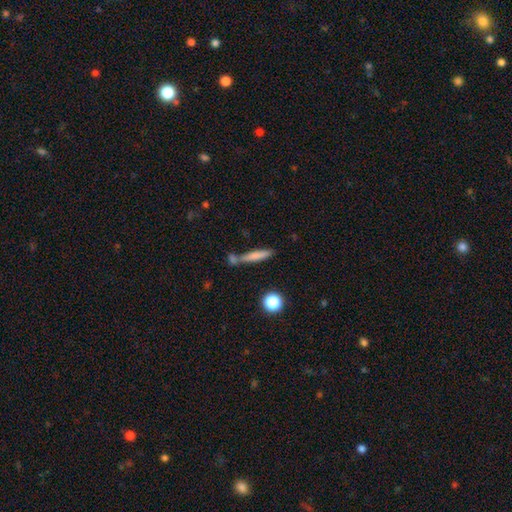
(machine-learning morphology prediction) smooth-or-featured: smooth: 72% | featured or disk: 19% | star or artifact: 9%
  how-rounded: cigar-shaped: 87% | in between: 11% | round: 3%
  merging: none: 61% | merger: 21% | minor disturbance: 13% | major disturbance: 5%